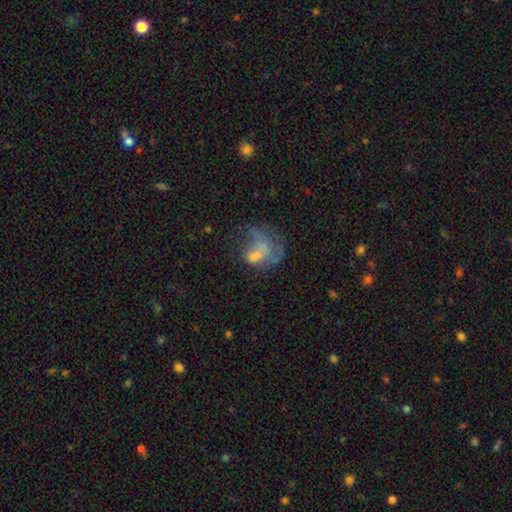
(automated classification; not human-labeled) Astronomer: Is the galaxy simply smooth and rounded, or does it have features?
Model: featured or disk — 44% (runner-up: smooth, 41%).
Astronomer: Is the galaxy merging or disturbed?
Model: major disturbance — 39% (runner-up: none, 23%).